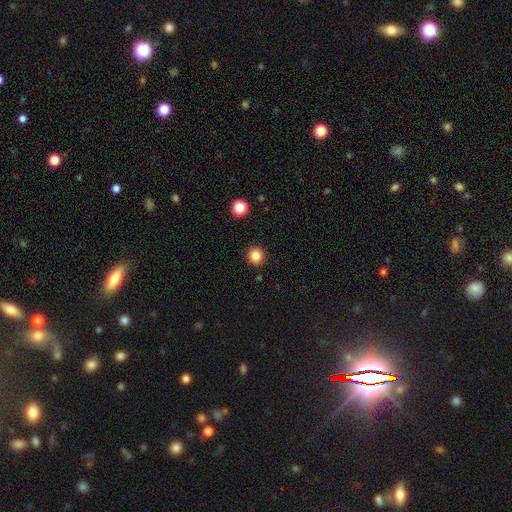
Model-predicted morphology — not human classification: This is clearly a smooth galaxy (84%). How rounded: clearly round (94%). Merging: clearly none (92%).